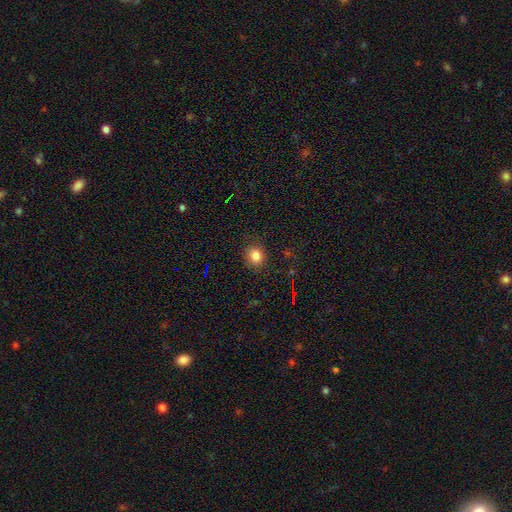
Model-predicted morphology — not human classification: A smooth galaxy with no disk features (81%) that is round (71%).

Vote fractions:
- Smooth or featured? smooth: 81% / star or artifact: 13% / featured or disk: 6%
- How rounded? round: 71% / in between: 28% / cigar-shaped: 1%
- Merging? none: 85% / minor disturbance: 11% / major disturbance: 3% / merger: 1%